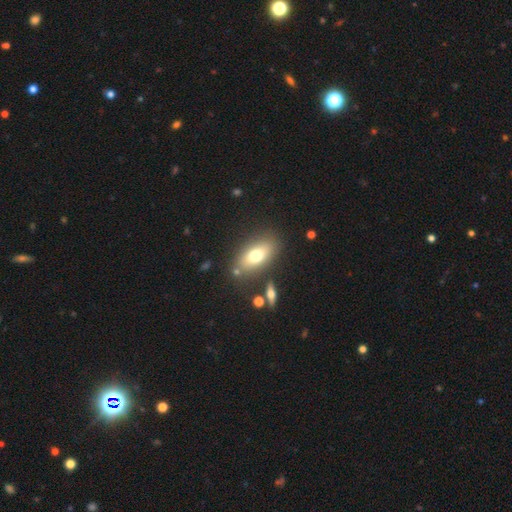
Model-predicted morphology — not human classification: A smooth galaxy with no disk features (70%) that is in between round and cigar-shaped (85%). Merging: none (77%).